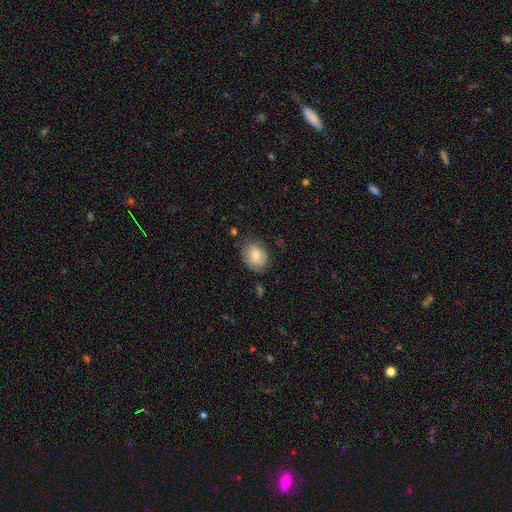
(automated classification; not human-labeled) The model was most divided on "how rounded": in between: 66%, round: 33%, cigar-shaped: 1%. More confident: smooth or featured — smooth (75%); merging — none (74%).